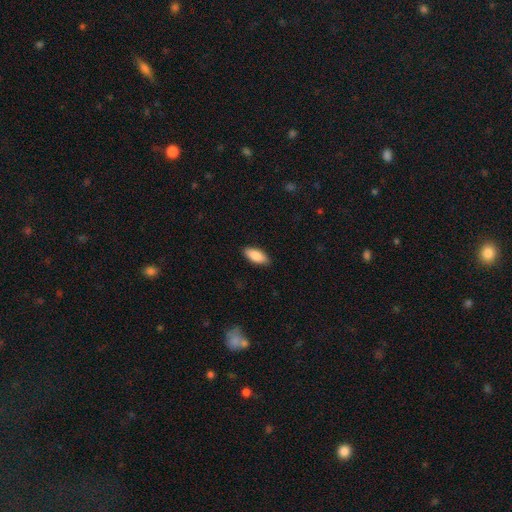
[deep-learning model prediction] This appears to be a smooth galaxy with no disk features (88%) that is in between round and cigar-shaped (86%). Merging: none (89%).